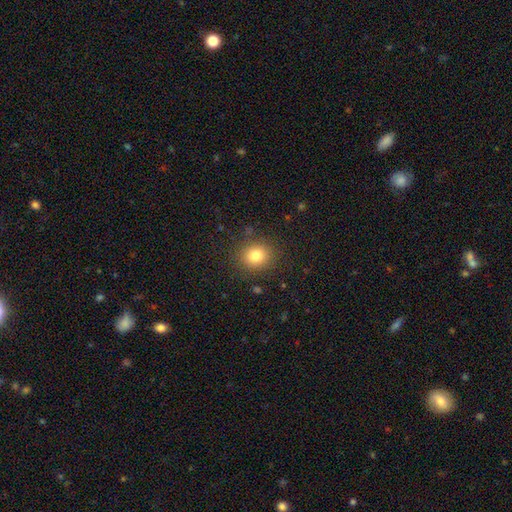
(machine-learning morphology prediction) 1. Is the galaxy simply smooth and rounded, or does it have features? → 81% smooth, 12% star or artifact, 7% featured or disk.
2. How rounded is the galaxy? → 74% round, 25% in between, 1% cigar-shaped.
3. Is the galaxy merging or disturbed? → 86% none, 9% minor disturbance, 4% major disturbance, 1% merger.